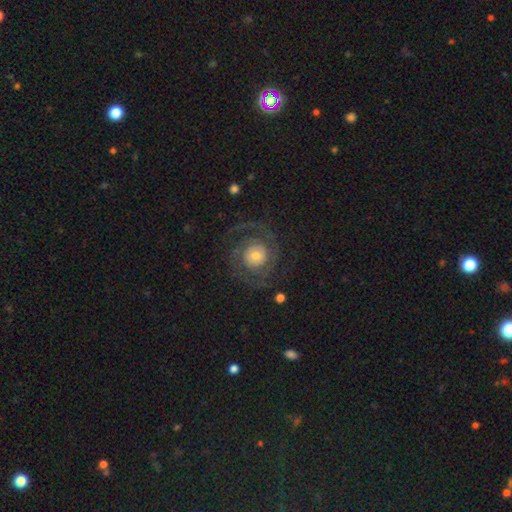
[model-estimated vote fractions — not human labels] Smooth or featured?
  - featured or disk: 80% *
  - smooth: 14%
  - star or artifact: 7%
Edge-on disk?
  - no: 98% *
  - yes: 2%
Bar?
  - no: 75% *
  - weak: 20%
  - strong: 5%
Spiral arms?
  - yes: 93% *
  - no: 7%
Spiral winding?
  - tight: 53% *
  - medium: 36%
  - loose: 12%
Spiral arm count?
  - 2: 65% *
  - can't tell: 13%
  - 3: 9%
  - 1: 5%
  - 4: 4%
  - more than 4: 4%
Bulge size?
  - moderate: 41% *
  - small: 32%
  - large: 21%
  - dominant: 3%
  - none: 3%
Merging?
  - none: 75% *
  - minor disturbance: 12%
  - major disturbance: 12%
  - merger: 1%